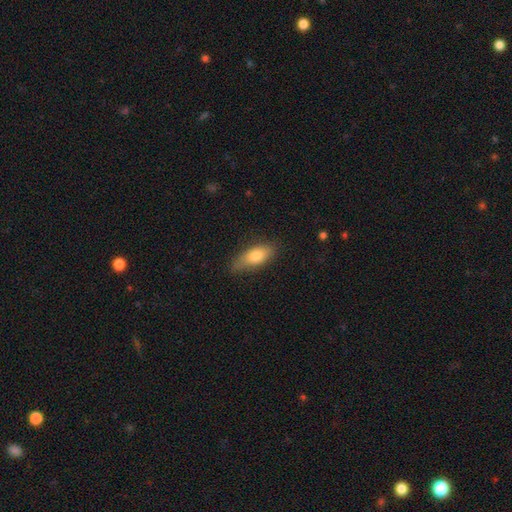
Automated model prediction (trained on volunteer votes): smooth_or_featured: smooth (p=0.76) [alt: featured or disk p=0.17]
how_rounded: in between (p=0.74) [alt: cigar-shaped p=0.23]
merging: none (p=0.74) [alt: minor disturbance p=0.20]